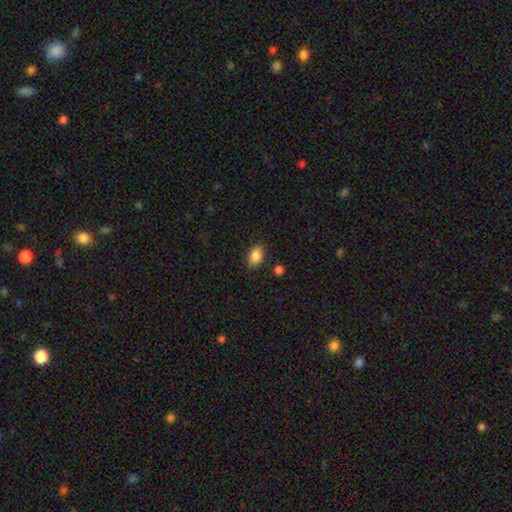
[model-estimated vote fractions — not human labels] Smooth or featured? Predicted: smooth (p=0.86). How rounded? Predicted: in between (p=0.84). Merging? Predicted: none (p=0.81).